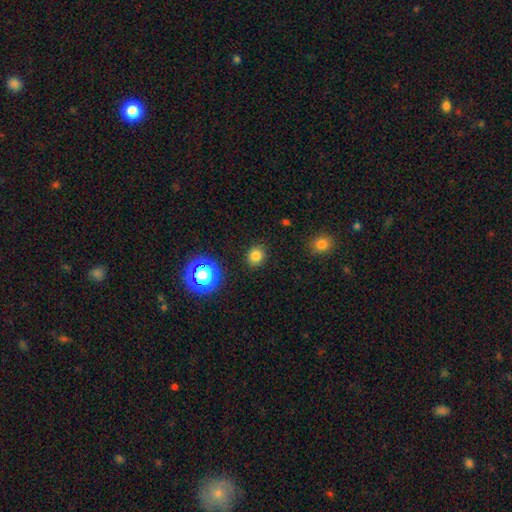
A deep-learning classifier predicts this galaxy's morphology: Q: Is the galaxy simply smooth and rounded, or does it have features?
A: smooth — 79%.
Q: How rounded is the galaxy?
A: round — 76%.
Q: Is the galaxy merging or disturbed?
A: none — 88%.